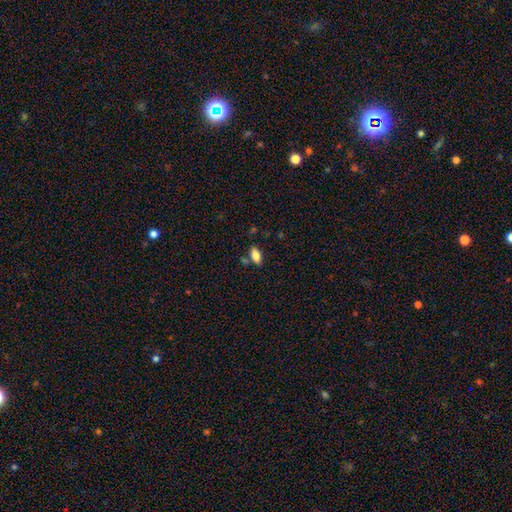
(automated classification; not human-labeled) Q: Smooth or featured?
A: smooth (82%); runner-up: featured or disk (10%)
Q: How rounded?
A: in between (90%); runner-up: cigar-shaped (6%)
Q: Merging?
A: none (76%); runner-up: minor disturbance (12%)